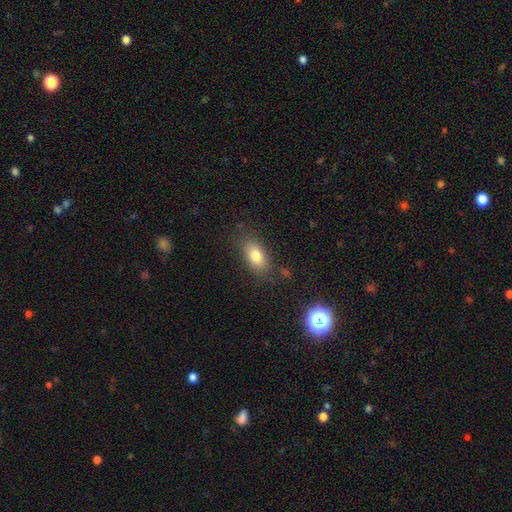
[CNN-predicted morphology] type=smooth (79%); roundness=in between (87%); merging=none (80%).